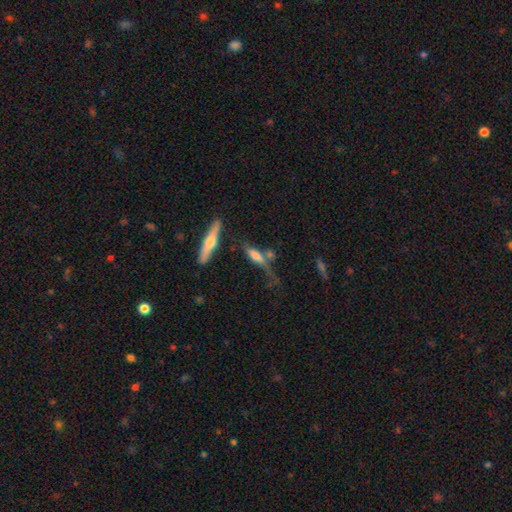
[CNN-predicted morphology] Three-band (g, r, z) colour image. It shows a smooth galaxy with no disk features (56%) that is cigar-shaped (61%). Merging: none (41%).